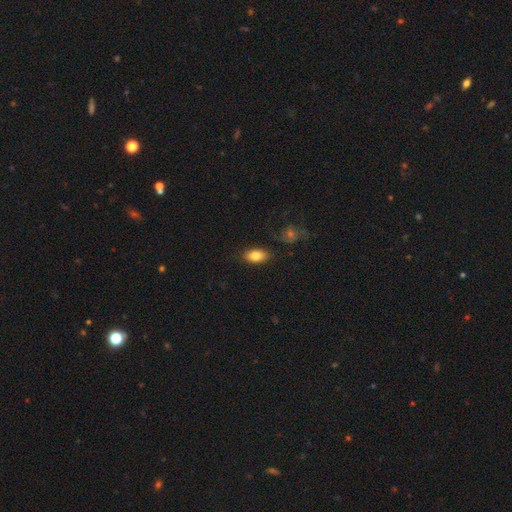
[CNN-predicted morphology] smooth_or_featured: smooth (p=0.82) [alt: featured or disk p=0.10]
how_rounded: in between (p=0.90) [alt: round p=0.06]
merging: none (p=0.84) [alt: minor disturbance p=0.11]